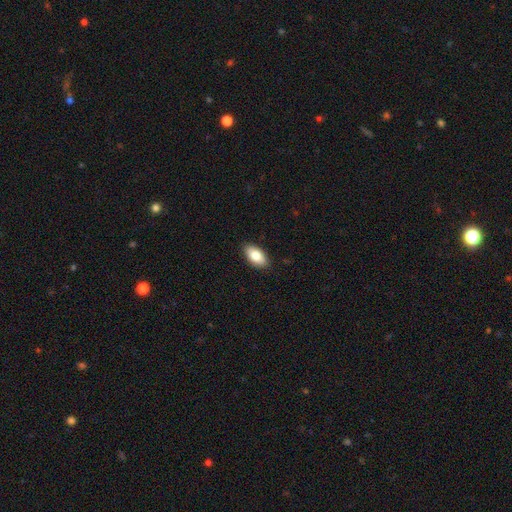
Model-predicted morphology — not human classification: The model was most divided on "smooth or featured": smooth: 82%, featured or disk: 11%, star or artifact: 7%. More confident: how rounded — in between (93%); merging — none (88%).